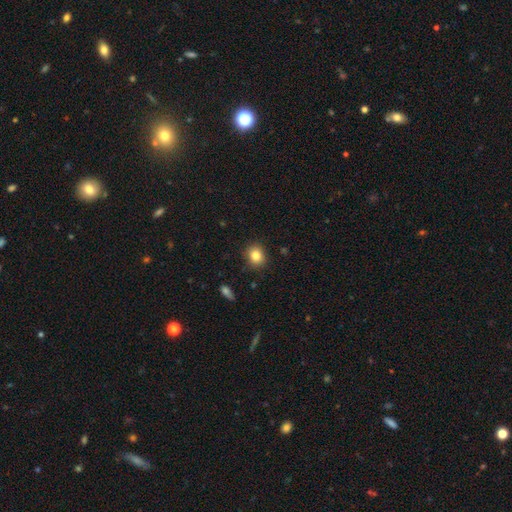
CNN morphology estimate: smooth-or-featured: smooth: 84% | star or artifact: 10% | featured or disk: 6%
  how-rounded: round: 66% | in between: 33% | cigar-shaped: 1%
  merging: none: 88% | minor disturbance: 9% | major disturbance: 2% | merger: 1%